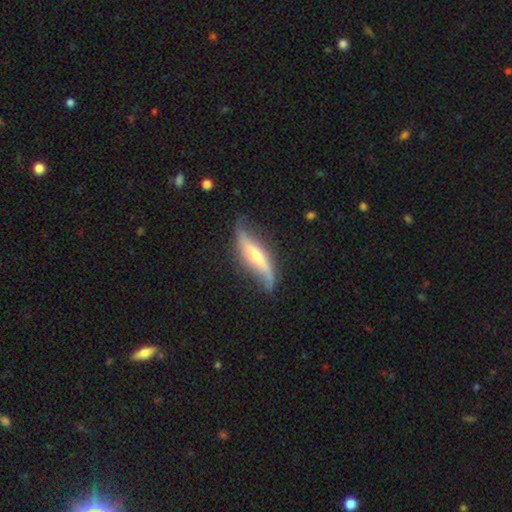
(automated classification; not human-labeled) smooth_or_featured: featured or disk (p=0.66) [alt: smooth p=0.28]
disk_edge_on: yes (p=0.53) [alt: no p=0.47]
merging: none (p=0.60) [alt: minor disturbance p=0.27]